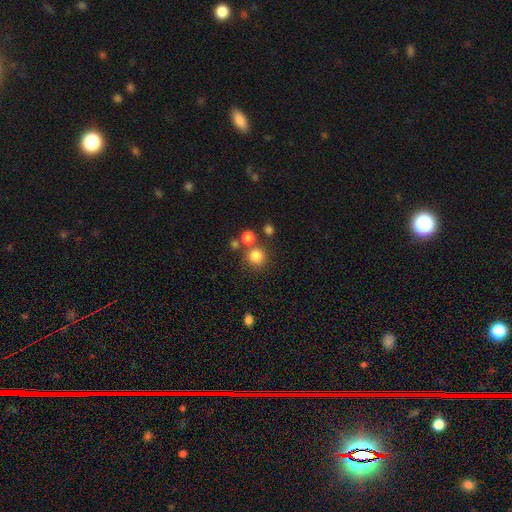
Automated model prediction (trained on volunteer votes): Overall: smooth (81%). How rounded: round (91%). Merging: none (71%).